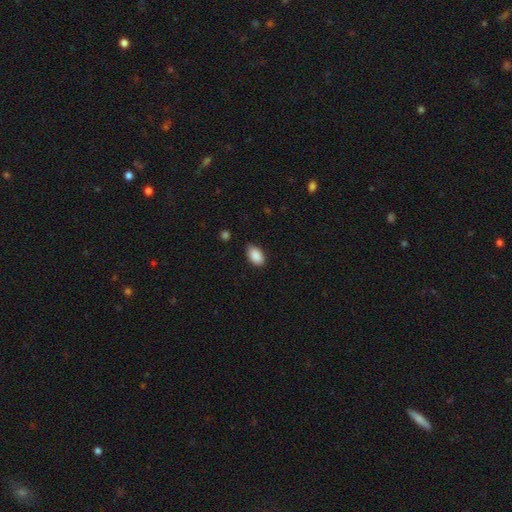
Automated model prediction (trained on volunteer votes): Smooth or featured? Predicted: smooth (p=0.90). How rounded? Predicted: in between (p=0.92). Merging? Predicted: none (p=0.81).